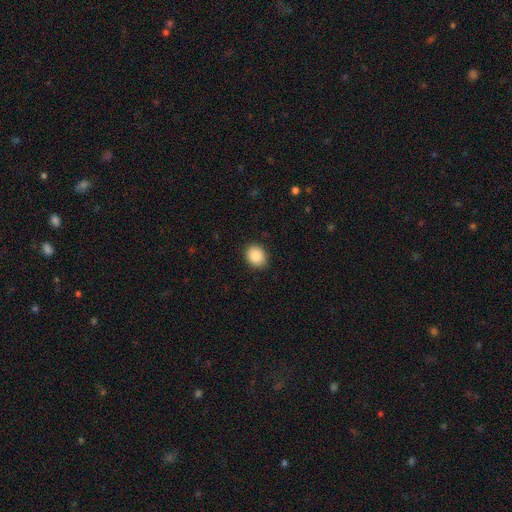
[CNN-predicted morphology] Smooth or featured? smooth (88%)
How rounded? round (59%)
Merging? none (88%)